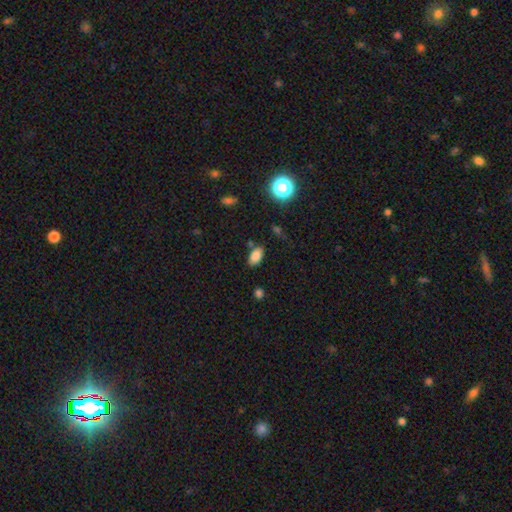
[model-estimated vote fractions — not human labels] Smooth or featured: smooth — 83% (star or artifact — 11%)
How rounded: in between — 92% (round — 6%)
Merging: none — 79% (minor disturbance — 13%)